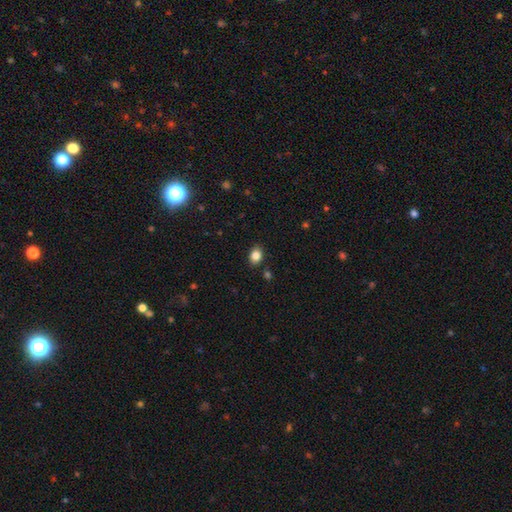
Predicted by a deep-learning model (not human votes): Smooth or featured? Predicted: smooth (p=0.84). How rounded? Predicted: in between (p=0.66). Merging? Predicted: none (p=0.87).